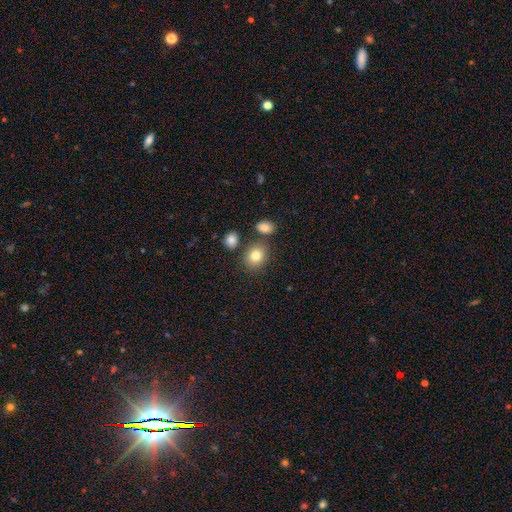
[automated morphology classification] Smooth or featured?
  - smooth: 82% *
  - star or artifact: 11%
  - featured or disk: 8%
How rounded?
  - round: 61% *
  - in between: 38%
  - cigar-shaped: 1%
Merging?
  - none: 75% *
  - minor disturbance: 11%
  - merger: 11%
  - major disturbance: 3%